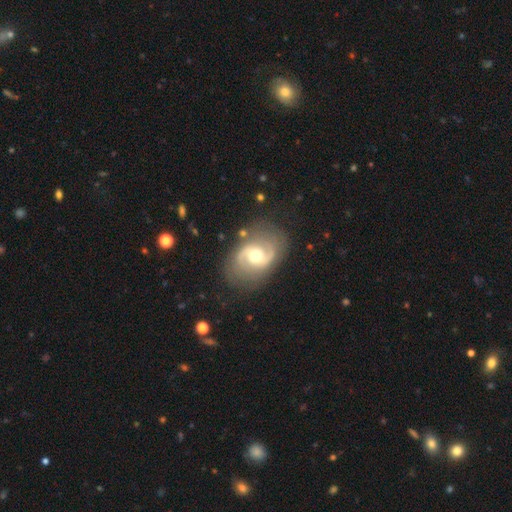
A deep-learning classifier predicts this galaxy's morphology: The model was most divided on "bar": weak: 46%, no: 39%, strong: 15%. Remaining: edge-on disk — no (97%); spiral arms — yes (92%); spiral arm count — 2 (89%); smooth or featured — featured or disk (82%); merging — none (77%); bulge size — moderate (71%); spiral winding — medium (47%).